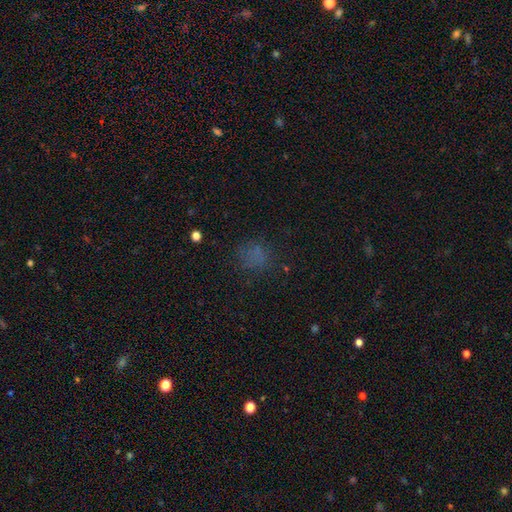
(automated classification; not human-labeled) smooth_or_featured: smooth (p=0.64) [alt: star or artifact p=0.25]
how_rounded: round (p=0.74) [alt: in between p=0.25]
merging: none (p=0.71) [alt: minor disturbance p=0.16]